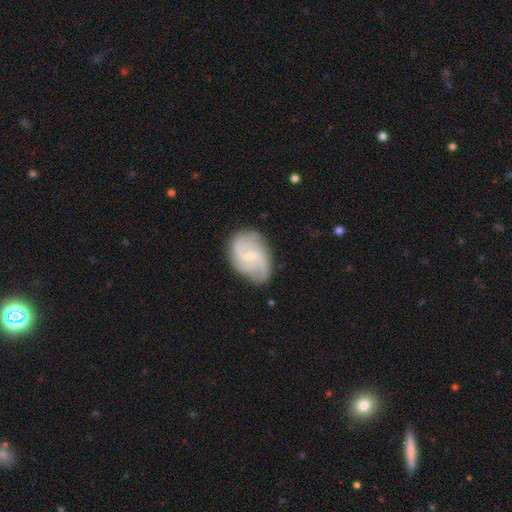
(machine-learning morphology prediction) This is likely a featured or disk galaxy (80%). It is clearly not viewed edge-on (98%). Bar: possibly weak (58%). Spiral arm pattern: clearly yes (94%). Spiral arm count: possibly 2 (52%). Spiral winding: possibly medium (46%). Central bulge: likely small (69%). Merging: likely none (72%).